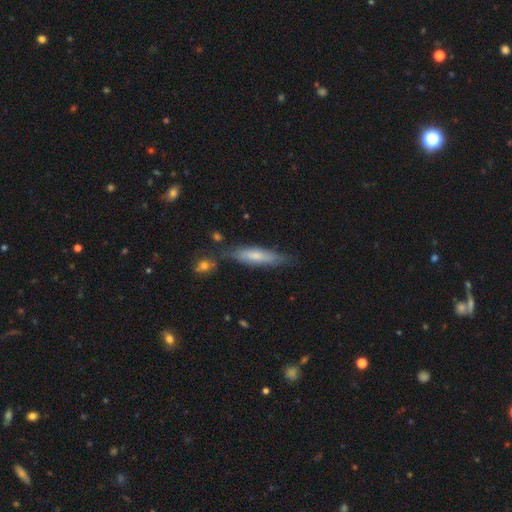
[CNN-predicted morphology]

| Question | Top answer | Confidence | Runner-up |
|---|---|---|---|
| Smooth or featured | smooth | 62% | featured or disk (31%) |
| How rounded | cigar-shaped | 75% | in between (24%) |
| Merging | none | 70% | minor disturbance (20%) |